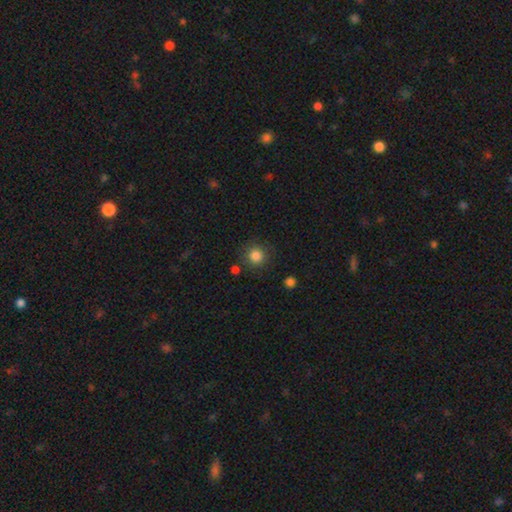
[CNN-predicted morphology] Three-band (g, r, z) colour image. It shows a smooth galaxy with no disk features (85%) that is round (92%). Merging: none (83%).